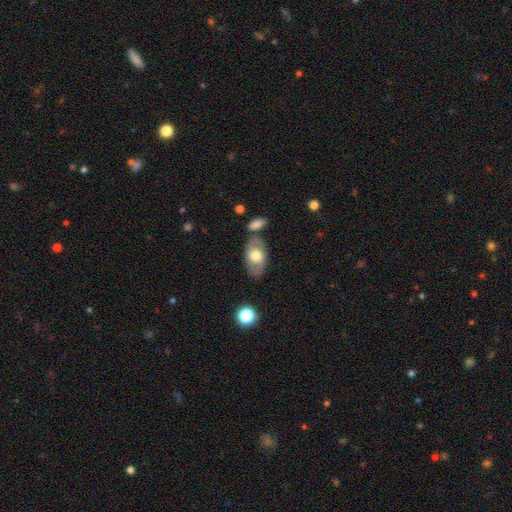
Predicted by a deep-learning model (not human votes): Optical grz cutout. It shows a smooth galaxy with no disk features (56%) that is in between round and cigar-shaped (90%). Merging: none (69%).